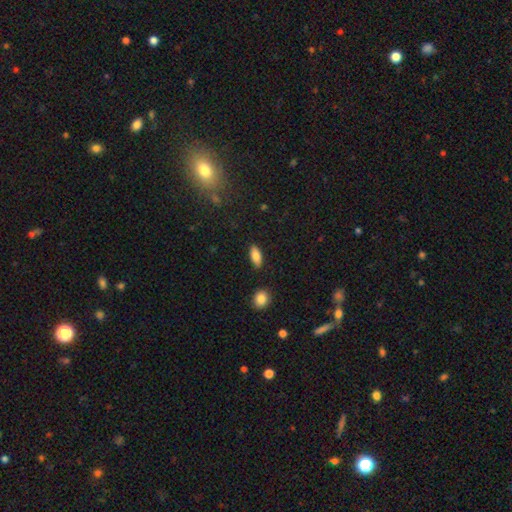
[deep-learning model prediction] Smooth or featured?
  - smooth: 84% *
  - featured or disk: 9%
  - star or artifact: 7%
How rounded?
  - in between: 82% *
  - cigar-shaped: 15%
  - round: 3%
Merging?
  - none: 86% *
  - minor disturbance: 10%
  - major disturbance: 2%
  - merger: 2%